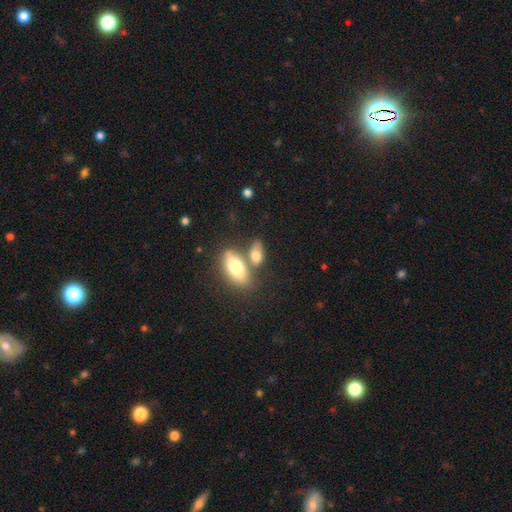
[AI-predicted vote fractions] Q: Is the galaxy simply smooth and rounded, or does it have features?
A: smooth — 76%.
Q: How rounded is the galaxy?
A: in between — 81%.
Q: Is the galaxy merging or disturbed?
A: none — 46%.